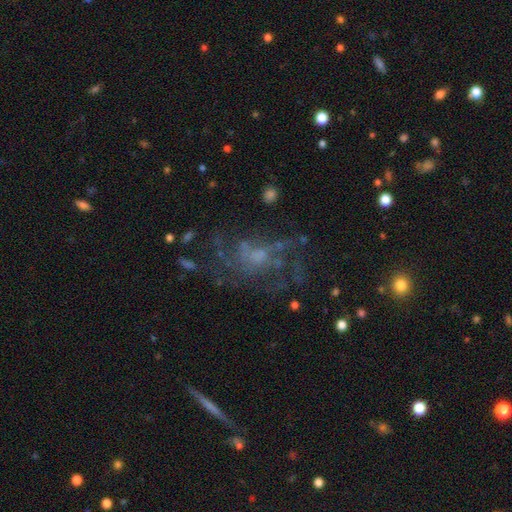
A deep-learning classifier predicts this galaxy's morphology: Smooth or featured?
  - featured or disk: 70% *
  - smooth: 16%
  - star or artifact: 15%
Edge-on disk?
  - no: 97% *
  - yes: 3%
Bar?
  - no: 74% *
  - weak: 23%
  - strong: 4%
Spiral arms?
  - yes: 75% *
  - no: 25%
Spiral winding?
  - medium: 42% *
  - loose: 32%
  - tight: 26%
Spiral arm count?
  - can't tell: 45% *
  - 3: 16%
  - 4: 13%
  - 2: 12%
  - more than 4: 7%
  - 1: 6%
Bulge size?
  - small: 35% *
  - moderate: 32%
  - none: 25%
  - large: 5%
  - dominant: 1%
Merging?
  - none: 55% *
  - major disturbance: 24%
  - minor disturbance: 17%
  - merger: 4%